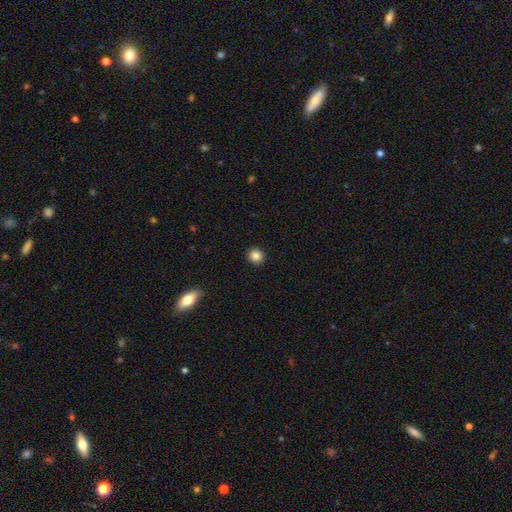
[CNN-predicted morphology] Smooth or featured: smooth — 86% (star or artifact — 10%)
How rounded: round — 91% (in between — 8%)
Merging: none — 93% (minor disturbance — 5%)